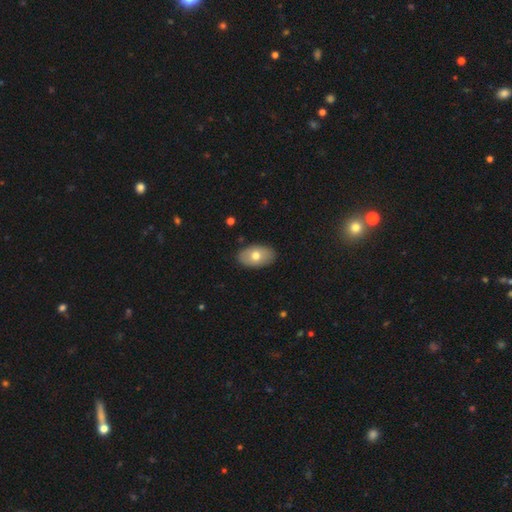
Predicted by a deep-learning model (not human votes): The model was most divided on "smooth or featured": smooth: 66%, featured or disk: 27%, star or artifact: 6%. More confident: how rounded — in between (92%); merging — none (88%).